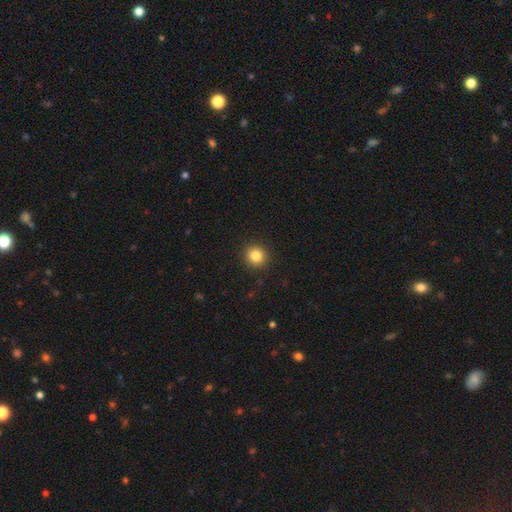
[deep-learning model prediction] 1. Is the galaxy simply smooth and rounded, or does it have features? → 84% smooth, 11% star or artifact, 5% featured or disk.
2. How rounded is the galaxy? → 94% round, 6% in between, 1% cigar-shaped.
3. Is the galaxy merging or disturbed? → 92% none, 5% minor disturbance, 2% major disturbance, 1% merger.